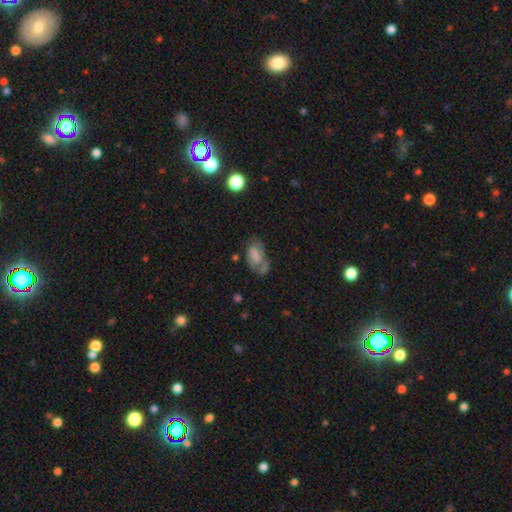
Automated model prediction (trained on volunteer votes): This appears to be a smooth galaxy with no disk features (53%) that is in between round and cigar-shaped (90%). Merging: none (43%).